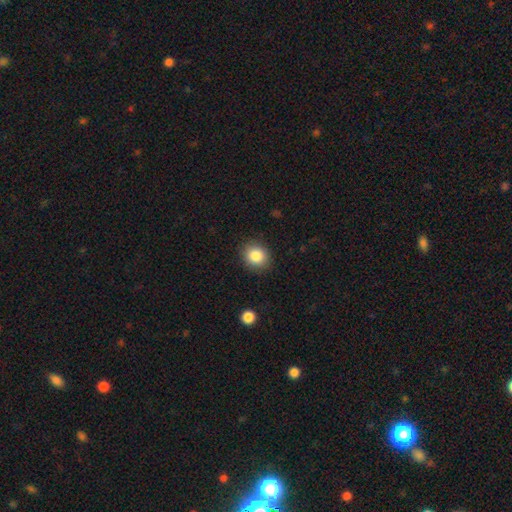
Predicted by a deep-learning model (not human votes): This appears to be a smooth galaxy with no disk features (85%) that is round (76%). Merging: none (88%).